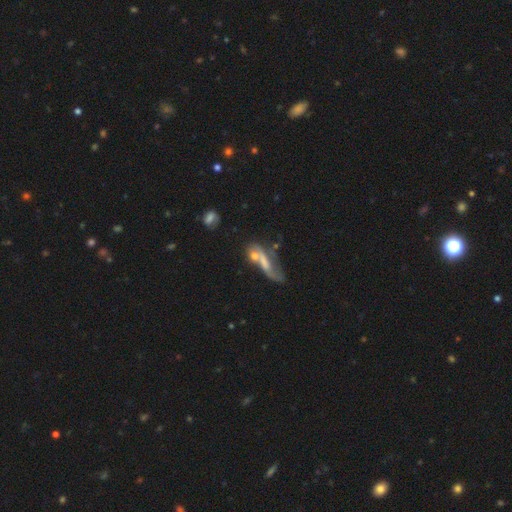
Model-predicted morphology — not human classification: Smooth or featured? featured or disk (44%)
Merging? none (41%)